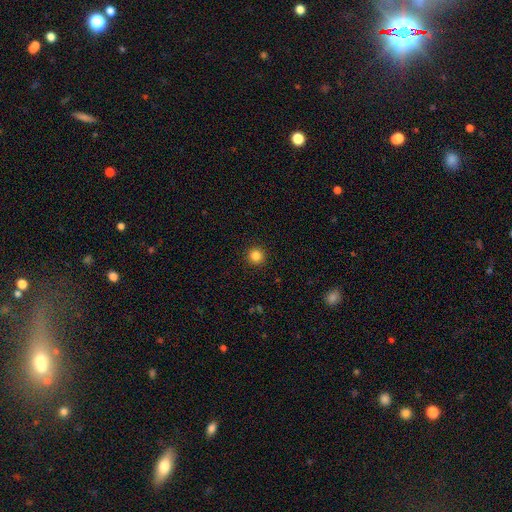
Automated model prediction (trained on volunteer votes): This is clearly a smooth galaxy (84%). How rounded: clearly round (95%). Merging: clearly none (92%).